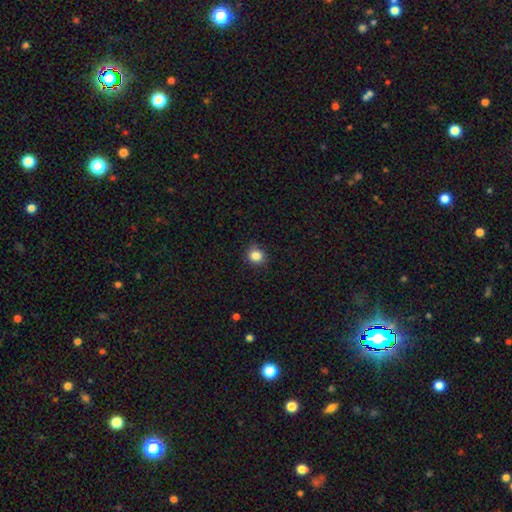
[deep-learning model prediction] Morphology: type=smooth (85%); roundness=round (85%); merging=none (86%).